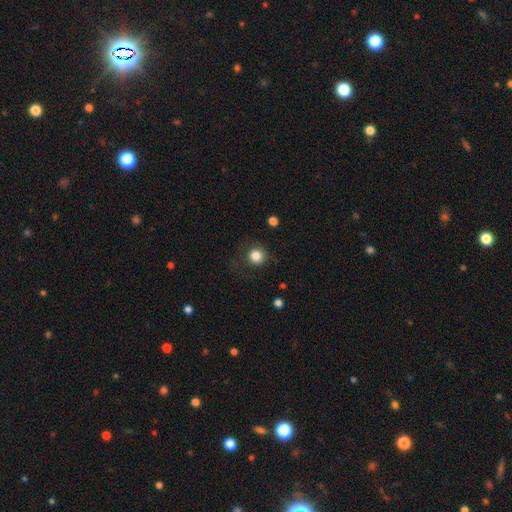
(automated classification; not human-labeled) Overall: smooth (83%). How rounded: round (91%). Merging: none (79%).